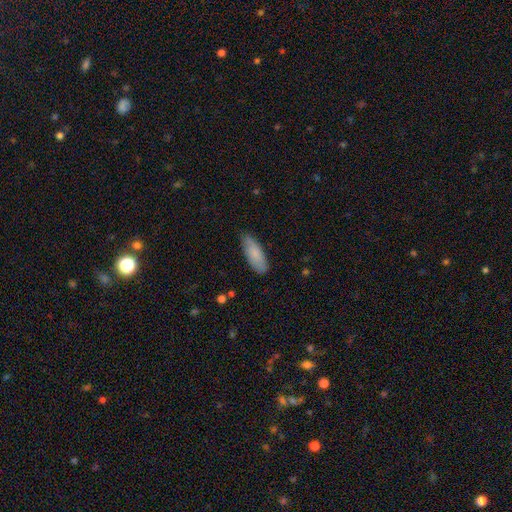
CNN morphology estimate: Overall: smooth (84%). How rounded: in between (68%; cigar-shaped 30%). Merging: none (77%).